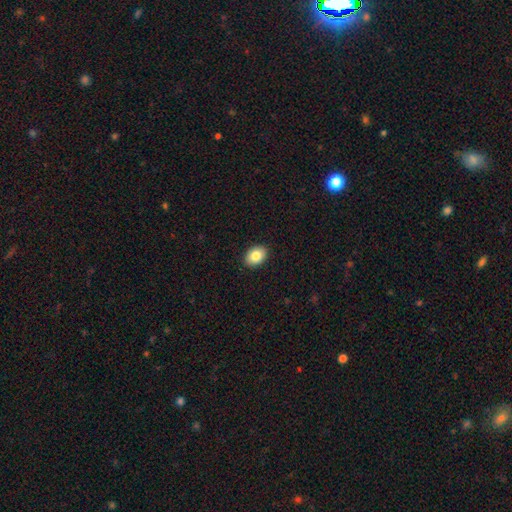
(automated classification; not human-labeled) Smooth or featured? smooth (85%)
How rounded? in between (79%)
Merging? none (91%)